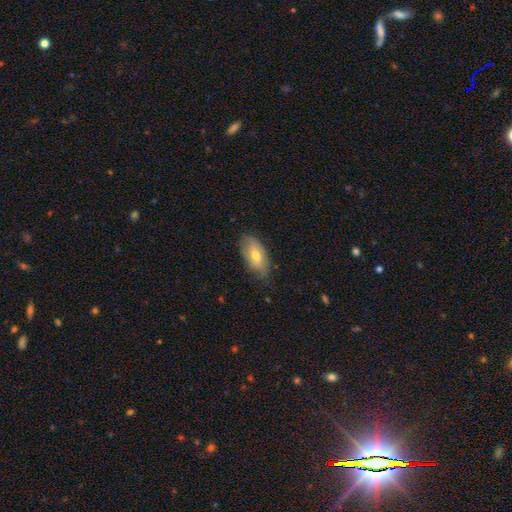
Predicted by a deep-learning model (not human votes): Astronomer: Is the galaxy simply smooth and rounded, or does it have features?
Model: smooth — 63%.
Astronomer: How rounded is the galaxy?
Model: in between — 90%.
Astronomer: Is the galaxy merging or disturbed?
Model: none — 74%.